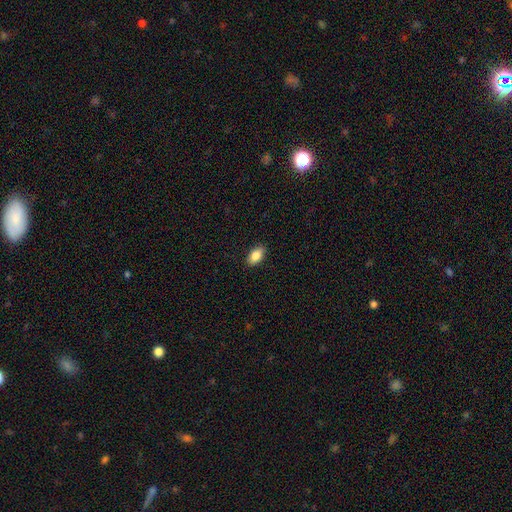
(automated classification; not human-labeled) This is clearly a smooth galaxy (85%). How rounded: clearly in between (92%). Merging: clearly none (89%).